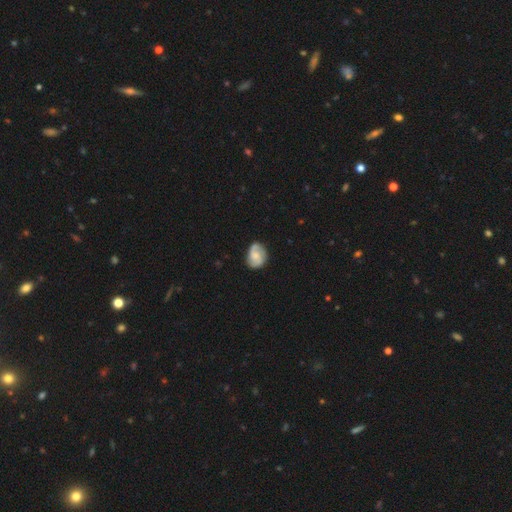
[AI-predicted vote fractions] Smooth or featured? Predicted: featured or disk (p=0.60). Edge-on disk? Predicted: no (p=0.97). Bar? Predicted: no (p=0.55). Spiral arms? Predicted: yes (p=0.91). Spiral winding? Predicted: medium (p=0.46). Spiral arm count? Predicted: 2 (p=0.83). Bulge size? Predicted: moderate (p=0.39). Merging? Predicted: none (p=0.73).